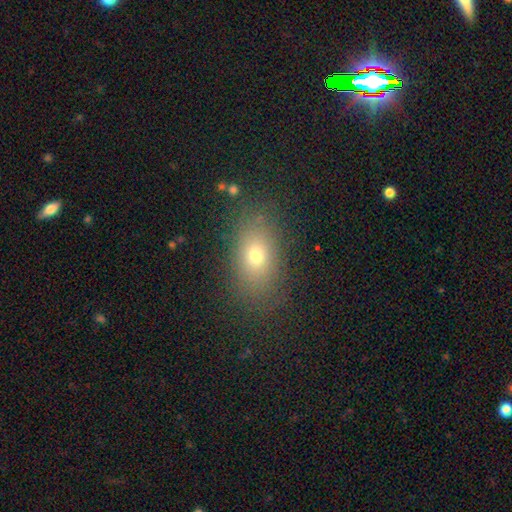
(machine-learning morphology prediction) Smooth or featured: smooth — 71% (star or artifact — 15%)
How rounded: in between — 80% (round — 16%)
Merging: none — 85% (minor disturbance — 10%)